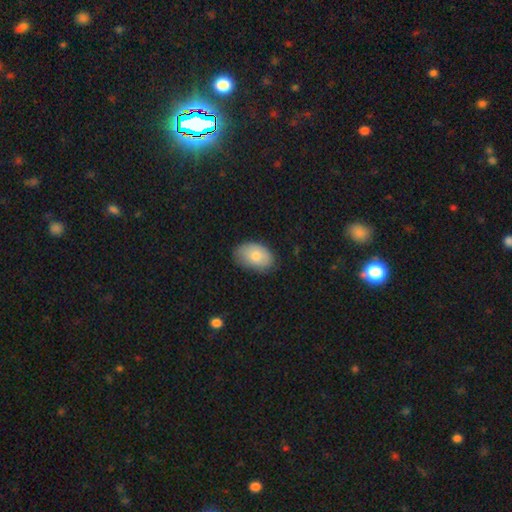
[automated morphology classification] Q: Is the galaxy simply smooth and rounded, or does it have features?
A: smooth — 78%.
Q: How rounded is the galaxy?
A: in between — 88%.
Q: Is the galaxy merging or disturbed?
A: none — 74%.